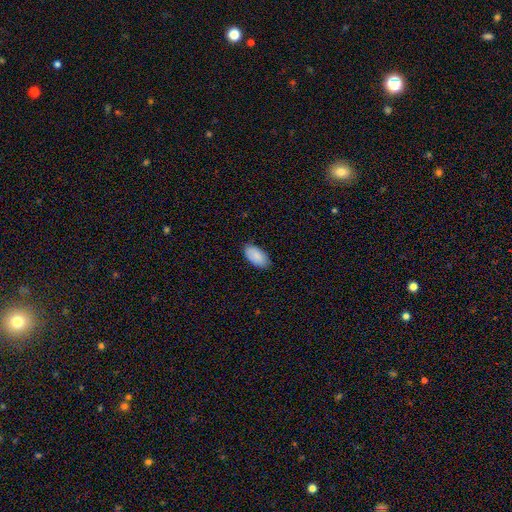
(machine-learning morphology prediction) Overall: smooth (88%). How rounded: in between (95%). Merging: none (86%).